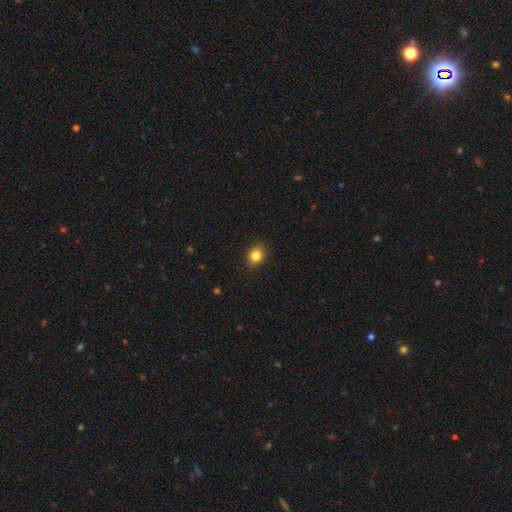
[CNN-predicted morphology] Smooth or featured? Predicted: smooth (p=0.84). How rounded? Predicted: round (p=0.52). Merging? Predicted: none (p=0.89).